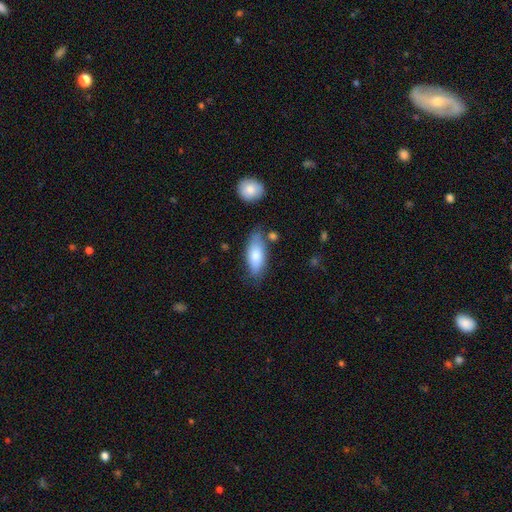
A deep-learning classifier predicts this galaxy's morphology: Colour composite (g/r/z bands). It shows a smooth galaxy with no disk features (78%) that is in between round and cigar-shaped (79%). Merging: none (66%).